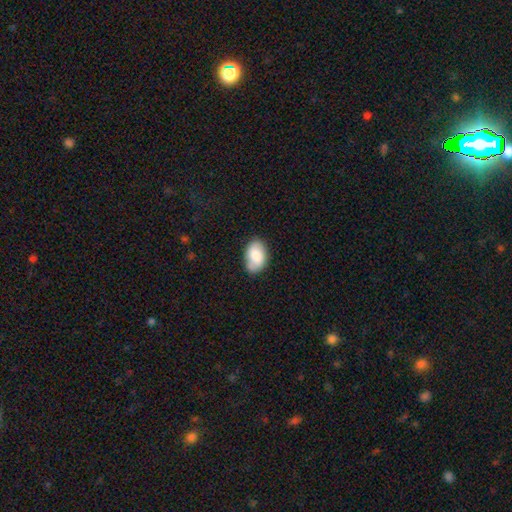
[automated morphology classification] Q: Smooth or featured?
A: smooth (78%); runner-up: featured or disk (15%)
Q: How rounded?
A: in between (90%); runner-up: round (9%)
Q: Merging?
A: none (73%); runner-up: minor disturbance (20%)